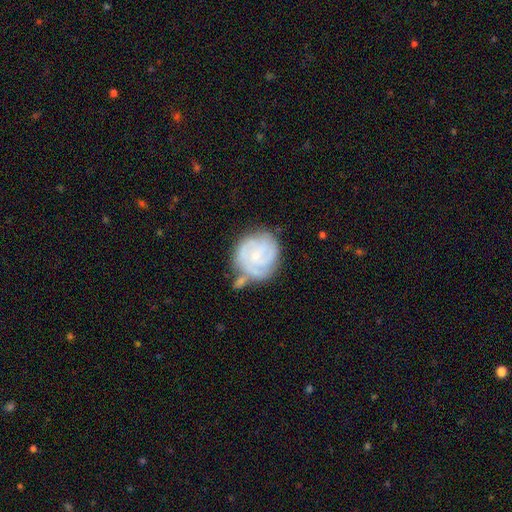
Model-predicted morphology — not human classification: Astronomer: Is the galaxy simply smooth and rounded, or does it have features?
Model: featured or disk — 76%.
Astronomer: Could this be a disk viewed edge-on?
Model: no — 98%.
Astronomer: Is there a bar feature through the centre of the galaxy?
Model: no — 68%.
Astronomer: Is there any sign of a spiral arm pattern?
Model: yes — 92%.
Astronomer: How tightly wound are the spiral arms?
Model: tight — 66%.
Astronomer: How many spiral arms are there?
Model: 3 — 35% (runner-up: can't tell, 26%).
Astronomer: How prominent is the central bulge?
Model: small — 75%.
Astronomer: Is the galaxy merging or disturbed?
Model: none — 59%.